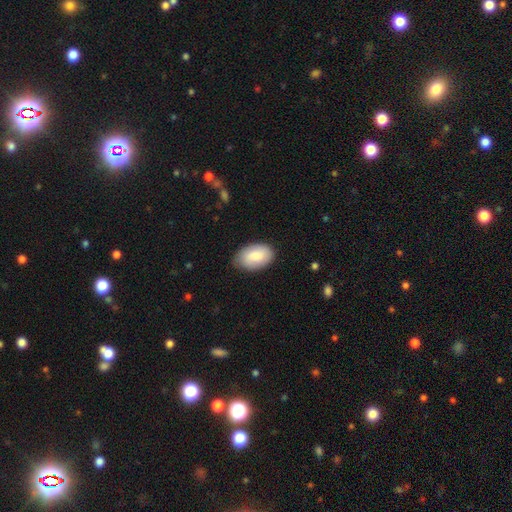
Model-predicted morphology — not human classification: smooth-or-featured: smooth: 81% | featured or disk: 13% | star or artifact: 6%
  how-rounded: in between: 93% | round: 6% | cigar-shaped: 1%
  merging: none: 79% | minor disturbance: 17% | major disturbance: 3% | merger: 1%